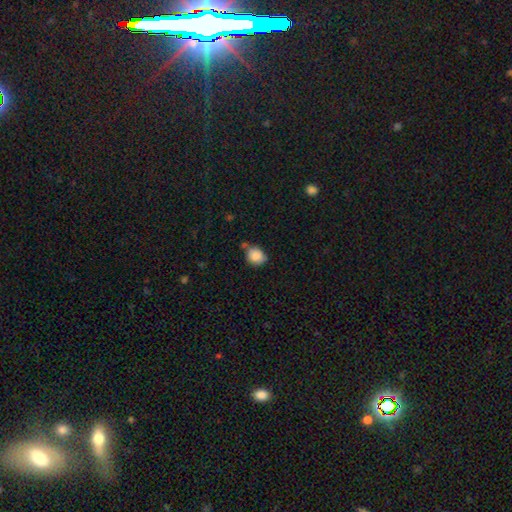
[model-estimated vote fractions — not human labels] Smooth or featured?
  - smooth: 87% *
  - star or artifact: 8%
  - featured or disk: 5%
How rounded?
  - round: 68% *
  - in between: 31%
  - cigar-shaped: 1%
Merging?
  - none: 60% *
  - minor disturbance: 23%
  - merger: 12%
  - major disturbance: 5%